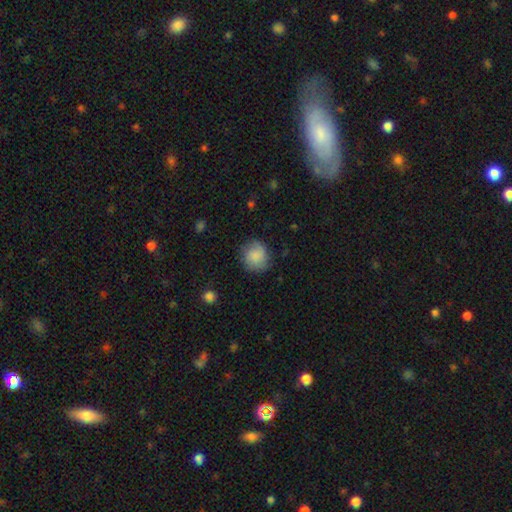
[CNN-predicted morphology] Smooth or featured: smooth — 71% (featured or disk — 21%)
How rounded: round — 83% (in between — 16%)
Merging: none — 76% (minor disturbance — 17%)